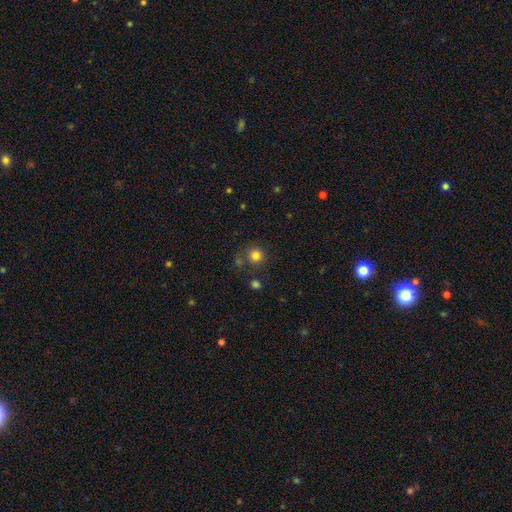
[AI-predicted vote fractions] Overall: smooth (81%). How rounded: round (93%). Merging: none (76%).